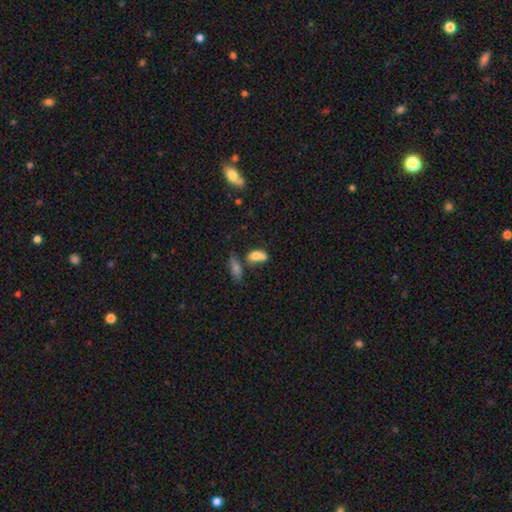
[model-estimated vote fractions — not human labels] Overall: smooth (74%). How rounded: in between (80%). Merging: merger (46%; none 32%).